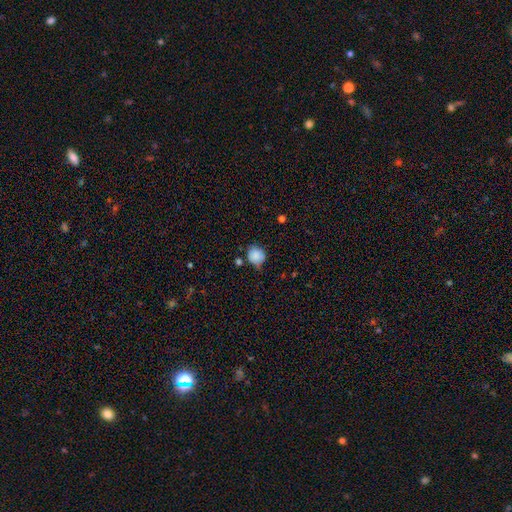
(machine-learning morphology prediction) The model was most divided on "merging": none: 59%, minor disturbance: 29%, merger: 6%, major disturbance: 6%. More confident: smooth or featured — smooth (86%); how rounded — round (82%).